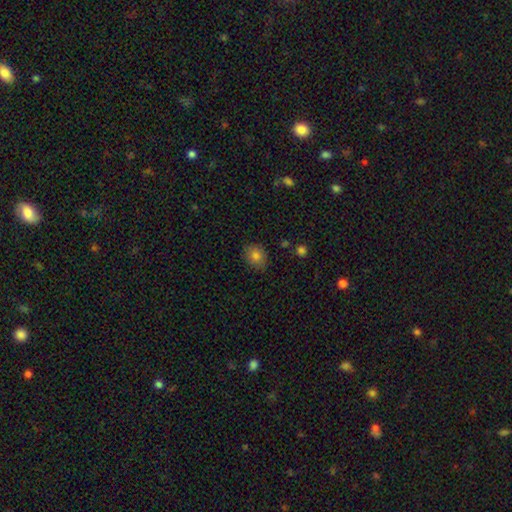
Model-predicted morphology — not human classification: Smooth or featured? Predicted: smooth (p=0.81). How rounded? Predicted: round (p=0.59). Merging? Predicted: none (p=0.82).